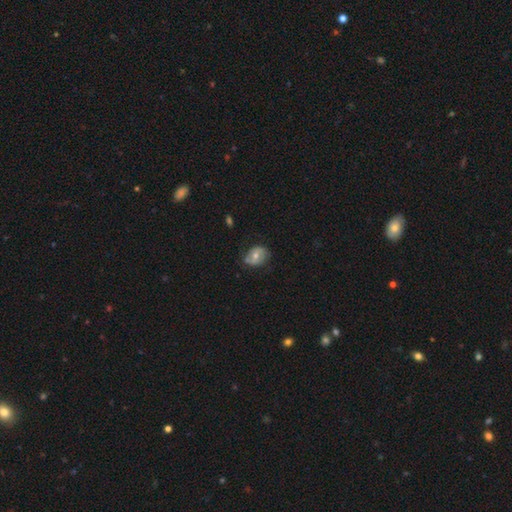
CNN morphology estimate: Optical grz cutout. It shows a smooth galaxy with no disk features (48%). Merging: none (67%).